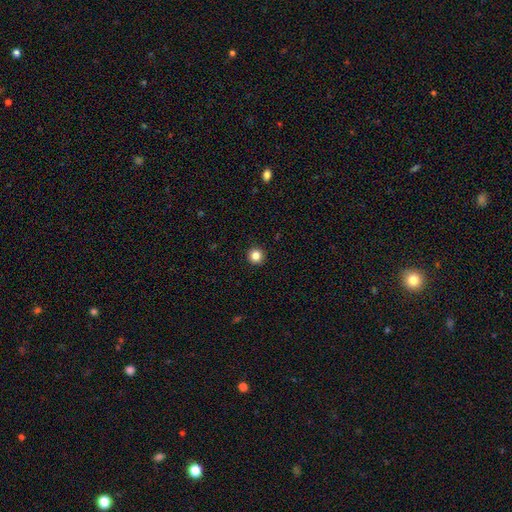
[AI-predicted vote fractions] Smooth or featured: smooth — 84% (star or artifact — 11%)
How rounded: round — 96% (in between — 3%)
Merging: none — 94% (minor disturbance — 4%)